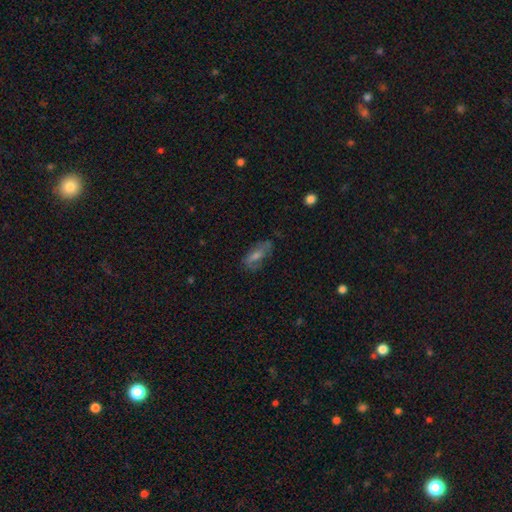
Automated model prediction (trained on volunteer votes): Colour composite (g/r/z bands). It shows a featured or disk galaxy (46%). Merging: none (66%).